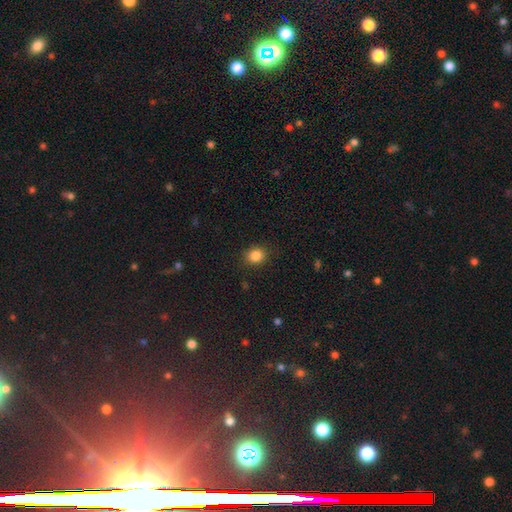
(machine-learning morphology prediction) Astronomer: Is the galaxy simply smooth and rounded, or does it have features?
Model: smooth — 85%.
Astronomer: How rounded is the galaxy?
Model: round — 67%.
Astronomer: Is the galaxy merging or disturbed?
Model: none — 88%.